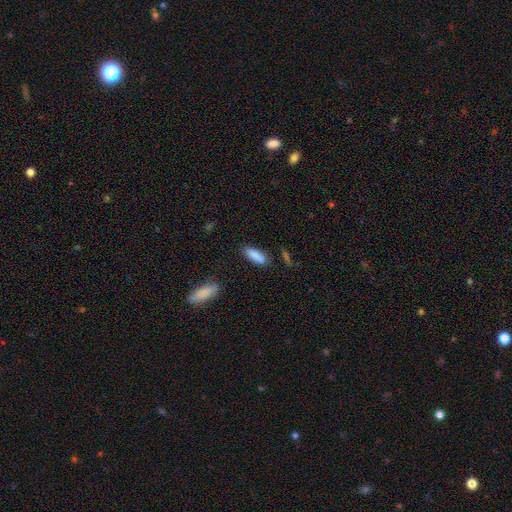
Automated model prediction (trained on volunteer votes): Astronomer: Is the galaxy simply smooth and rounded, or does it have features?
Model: smooth — 87%.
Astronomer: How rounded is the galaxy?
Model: in between — 59% (runner-up: cigar-shaped, 39%).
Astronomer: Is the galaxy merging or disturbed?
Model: none — 81%.